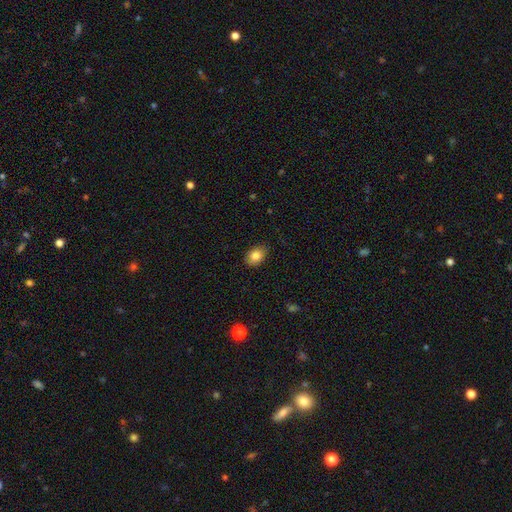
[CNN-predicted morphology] A smooth galaxy with no disk features (84%) that is in between round and cigar-shaped (76%). Merging: none (84%).